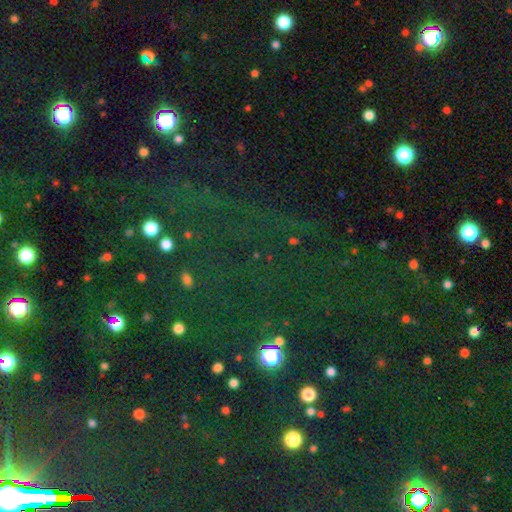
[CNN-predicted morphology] Smooth or featured? star or artifact (78%)